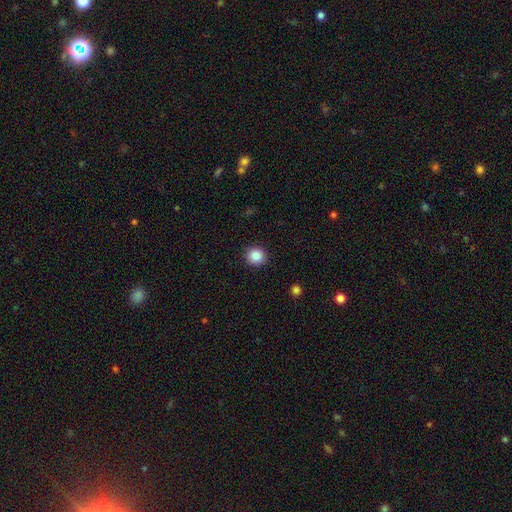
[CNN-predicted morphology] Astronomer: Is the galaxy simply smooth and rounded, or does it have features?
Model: smooth — 86%.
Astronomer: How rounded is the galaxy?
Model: round — 93%.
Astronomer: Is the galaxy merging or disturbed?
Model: none — 92%.